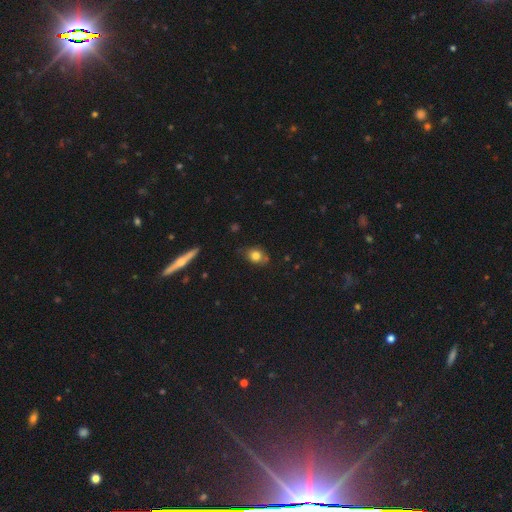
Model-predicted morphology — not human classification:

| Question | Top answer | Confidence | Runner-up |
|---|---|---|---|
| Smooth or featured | smooth | 78% | featured or disk (12%) |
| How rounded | in between | 53% | round (45%) |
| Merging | none | 68% | minor disturbance (24%) |